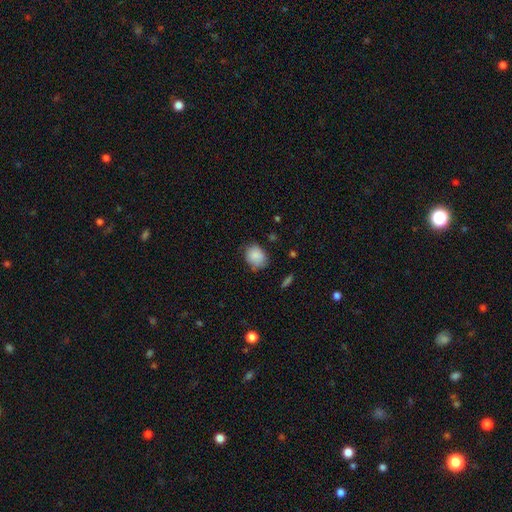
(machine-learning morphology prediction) smooth 86%, star or artifact 8%, featured or disk 6%. Down the decision tree: how rounded — round (59%); merging — none (65%).